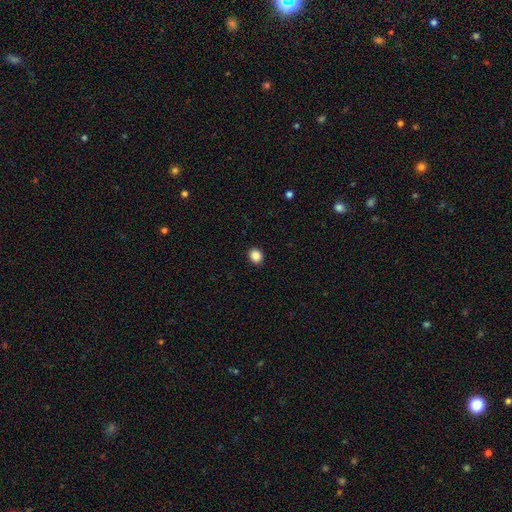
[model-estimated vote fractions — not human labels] Smooth or featured? smooth (88%)
How rounded? round (71%)
Merging? none (92%)